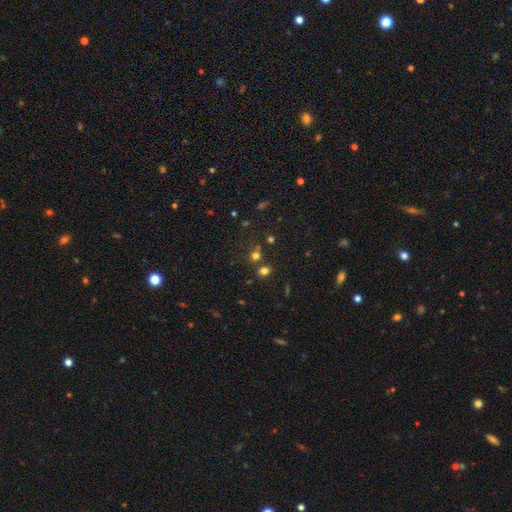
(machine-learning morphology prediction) type=smooth (67%); roundness=round (76%); merging=none (67%).